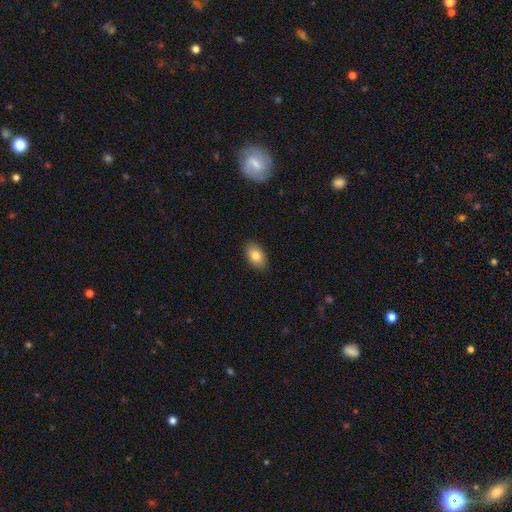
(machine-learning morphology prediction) This is clearly a smooth galaxy (83%). How rounded: clearly in between (89%). Merging: clearly none (88%).